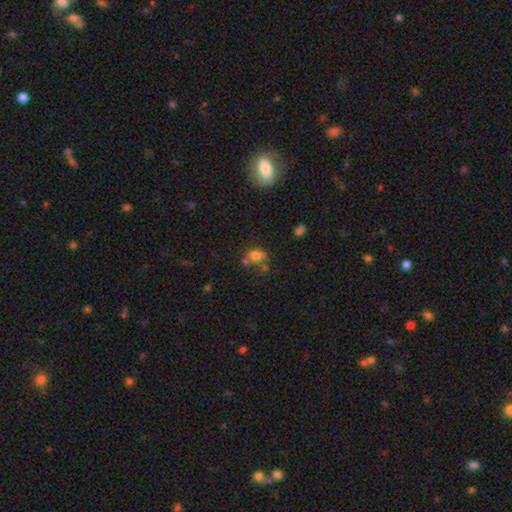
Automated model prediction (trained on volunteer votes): A smooth galaxy with no disk features (74%) that is round (56%).

Vote fractions:
- Smooth or featured? smooth: 74% / star or artifact: 15% / featured or disk: 11%
- How rounded? round: 56% / in between: 43% / cigar-shaped: 1%
- Merging? none: 49% / merger: 28% / minor disturbance: 16% / major disturbance: 7%